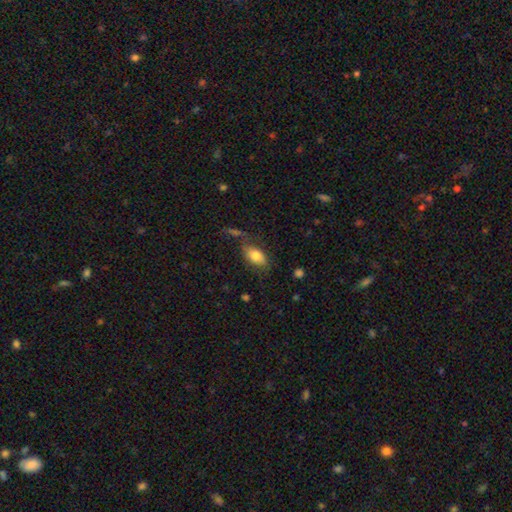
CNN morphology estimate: The model was most divided on "merging": none: 63%, minor disturbance: 19%, major disturbance: 9%, merger: 9%. More confident: how rounded — in between (91%); smooth or featured — smooth (79%).